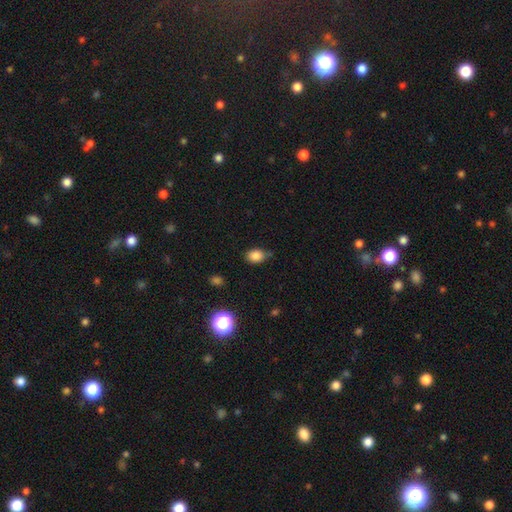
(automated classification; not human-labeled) This is clearly a smooth galaxy (83%). How rounded: likely in between (65%). Merging: likely none (64%).